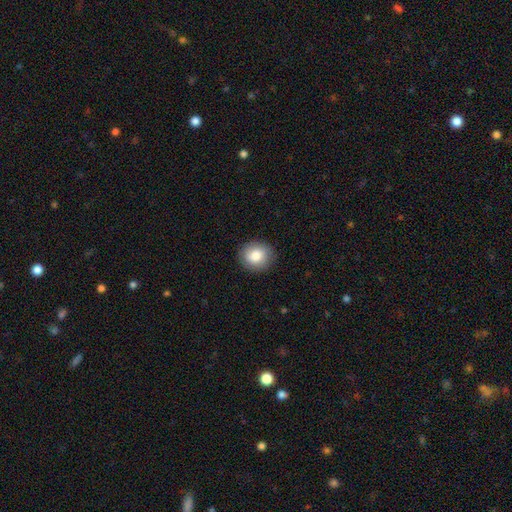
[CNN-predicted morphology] smooth_or_featured: smooth (p=0.84) [alt: featured or disk p=0.08]
how_rounded: round (p=0.79) [alt: in between p=0.20]
merging: none (p=0.89) [alt: minor disturbance p=0.08]